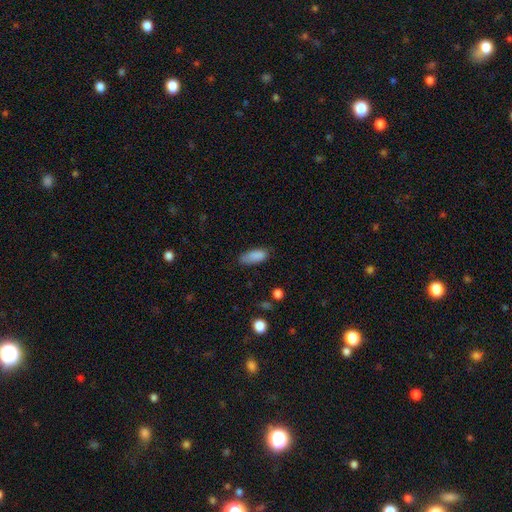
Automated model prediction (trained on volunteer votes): Q: Smooth or featured?
A: smooth (86%); runner-up: star or artifact (8%)
Q: How rounded?
A: in between (81%); runner-up: cigar-shaped (17%)
Q: Merging?
A: none (66%); runner-up: minor disturbance (26%)